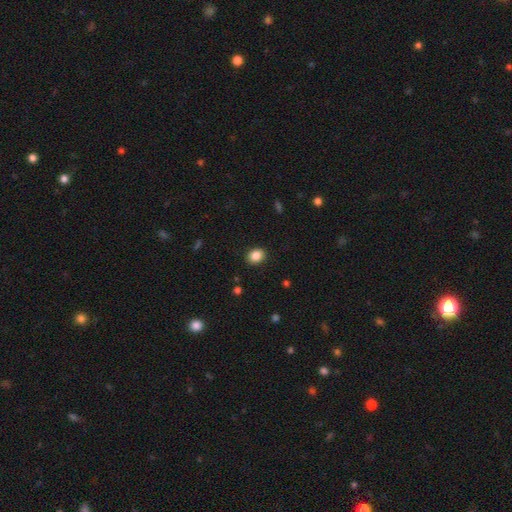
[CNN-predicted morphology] Smooth or featured? smooth (87%)
How rounded? round (51%)
Merging? none (90%)